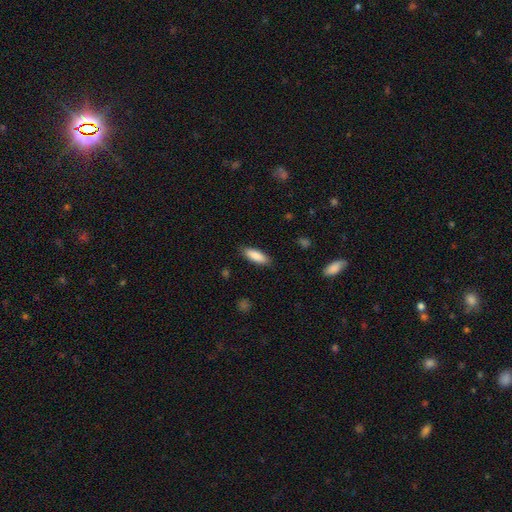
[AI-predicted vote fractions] Smooth or featured: smooth — 87% (featured or disk — 7%)
How rounded: in between — 60% (cigar-shaped — 38%)
Merging: none — 87% (minor disturbance — 10%)